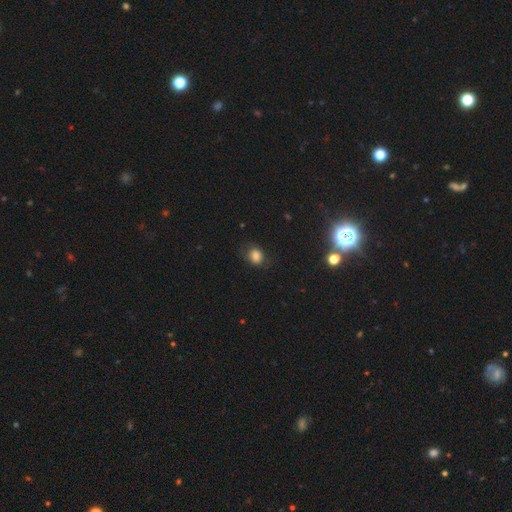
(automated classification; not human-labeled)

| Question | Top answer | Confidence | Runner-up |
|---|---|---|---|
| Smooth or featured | smooth | 76% | star or artifact (13%) |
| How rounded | round | 50% | in between (48%) |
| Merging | none | 65% | minor disturbance (22%) |